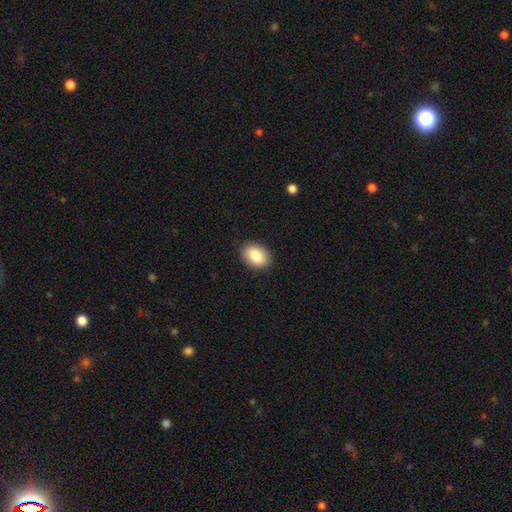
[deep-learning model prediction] smooth 85%, featured or disk 8%, star or artifact 7%. Down the decision tree: how rounded — in between (76%); merging — none (89%).